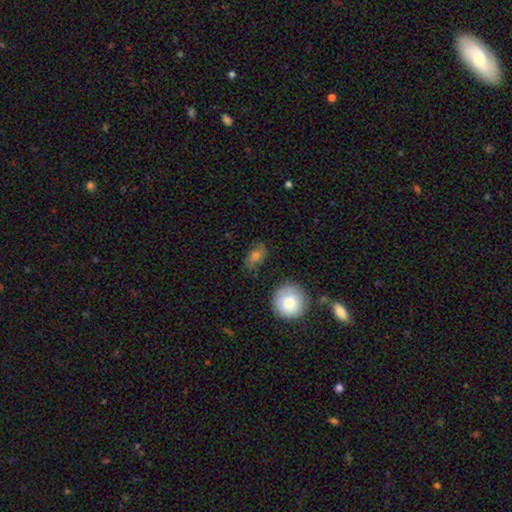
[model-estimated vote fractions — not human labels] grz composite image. It shows a smooth galaxy with no disk features (70%) that is in between round and cigar-shaped (68%). Merging: none (73%).